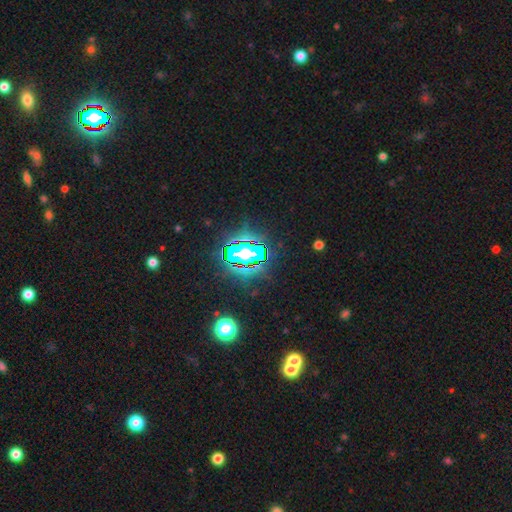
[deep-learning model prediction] smooth-or-featured: star or artifact: 82% | smooth: 10% | featured or disk: 8%